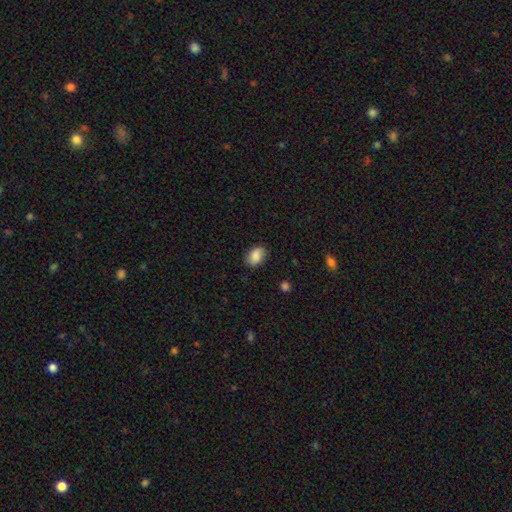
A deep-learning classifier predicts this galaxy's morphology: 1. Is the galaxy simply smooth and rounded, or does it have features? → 85% smooth, 8% star or artifact, 7% featured or disk.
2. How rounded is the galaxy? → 83% in between, 15% round, 1% cigar-shaped.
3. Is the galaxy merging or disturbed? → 81% none, 14% minor disturbance, 3% major disturbance, 1% merger.